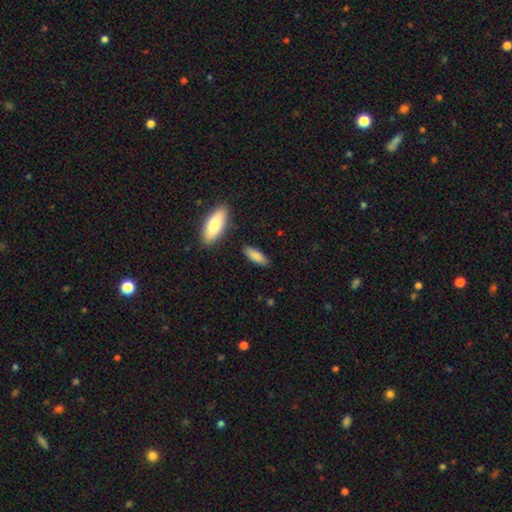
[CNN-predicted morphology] This appears to be a smooth galaxy with no disk features (85%) that is in between round and cigar-shaped (57%). Merging: none (83%).